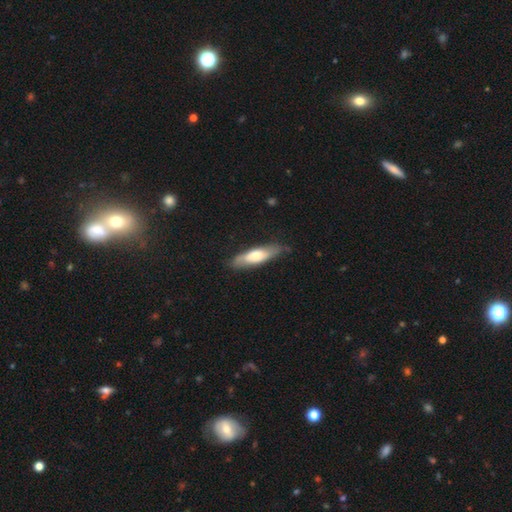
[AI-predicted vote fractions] Smooth or featured? smooth (60%)
How rounded? cigar-shaped (63%)
Merging? none (77%)